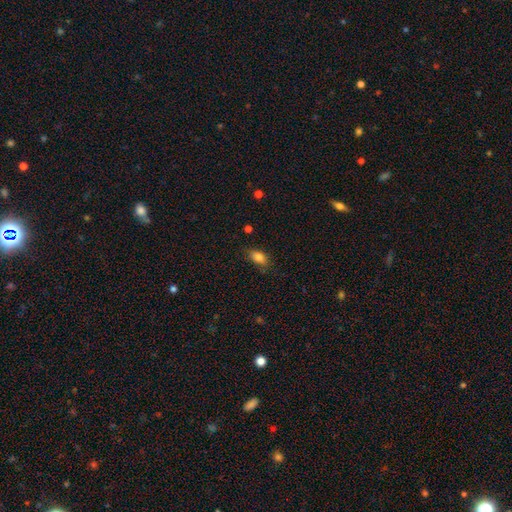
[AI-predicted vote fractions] smooth 79%, star or artifact 14%, featured or disk 7%. Down the decision tree: how rounded — in between (82%); merging — none (77%).